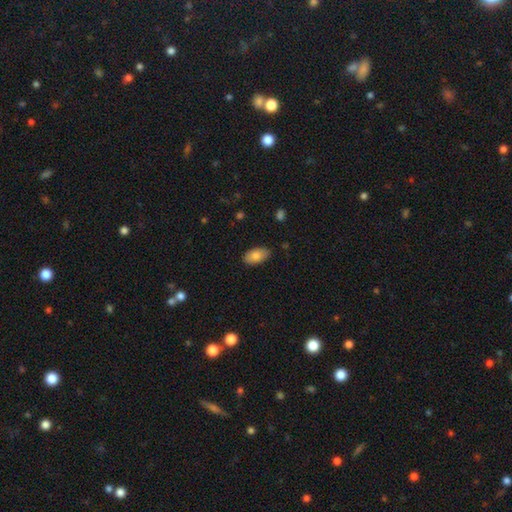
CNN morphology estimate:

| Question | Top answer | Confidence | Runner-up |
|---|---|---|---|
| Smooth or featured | smooth | 81% | featured or disk (13%) |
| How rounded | in between | 94% | round (4%) |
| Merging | none | 83% | minor disturbance (13%) |